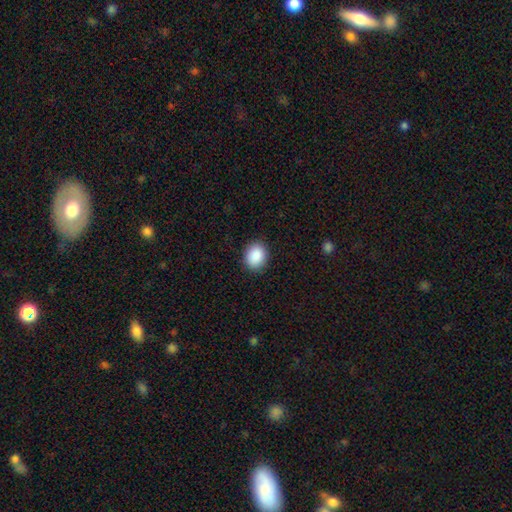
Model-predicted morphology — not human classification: Smooth or featured?
  - smooth: 89% *
  - star or artifact: 8%
  - featured or disk: 3%
How rounded?
  - in between: 50% *
  - round: 49%
  - cigar-shaped: 1%
Merging?
  - none: 90% *
  - minor disturbance: 7%
  - major disturbance: 2%
  - merger: 1%